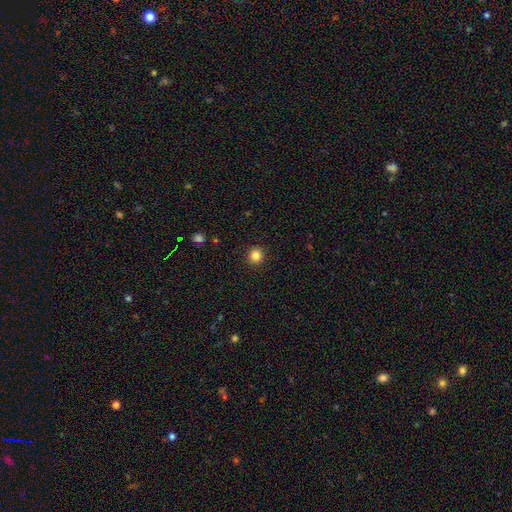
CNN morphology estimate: smooth-or-featured: smooth: 84% | star or artifact: 11% | featured or disk: 5%
  how-rounded: round: 93% | in between: 6% | cigar-shaped: 1%
  merging: none: 92% | minor disturbance: 5% | major disturbance: 2% | merger: 1%